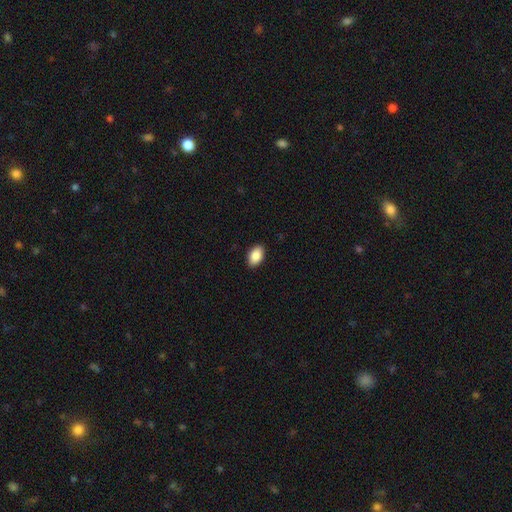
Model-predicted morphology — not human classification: smooth-or-featured: smooth: 88% | star or artifact: 7% | featured or disk: 5%
  how-rounded: in between: 91% | round: 7% | cigar-shaped: 1%
  merging: none: 89% | minor disturbance: 8% | major disturbance: 2% | merger: 1%